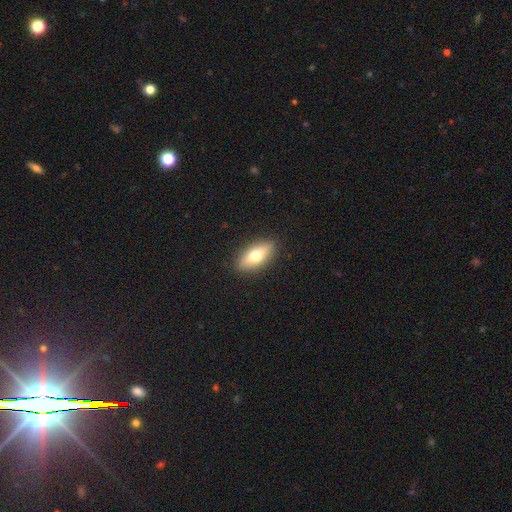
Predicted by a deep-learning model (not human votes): Morphology: type=smooth (66%); roundness=in between (79%); merging=none (88%).